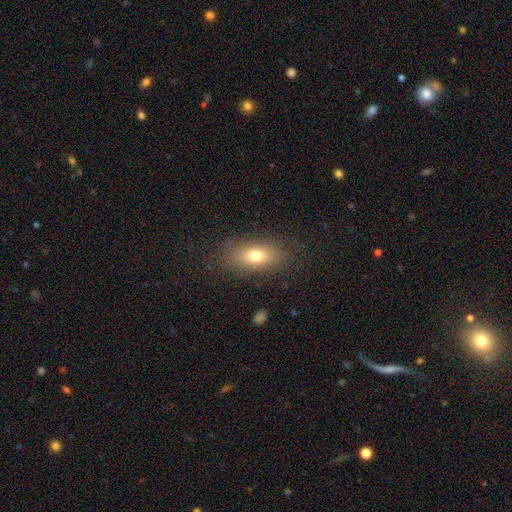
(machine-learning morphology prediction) The model was most divided on "smooth or featured": smooth: 74%, featured or disk: 15%, star or artifact: 10%. More confident: merging — none (84%); how rounded — in between (81%).